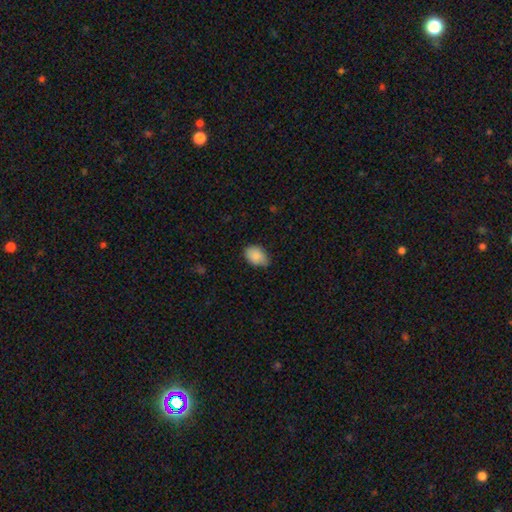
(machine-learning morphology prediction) Smooth or featured?
  - smooth: 88% *
  - star or artifact: 7%
  - featured or disk: 5%
How rounded?
  - in between: 80% *
  - round: 18%
  - cigar-shaped: 1%
Merging?
  - none: 69% *
  - minor disturbance: 27%
  - major disturbance: 4%
  - merger: 1%